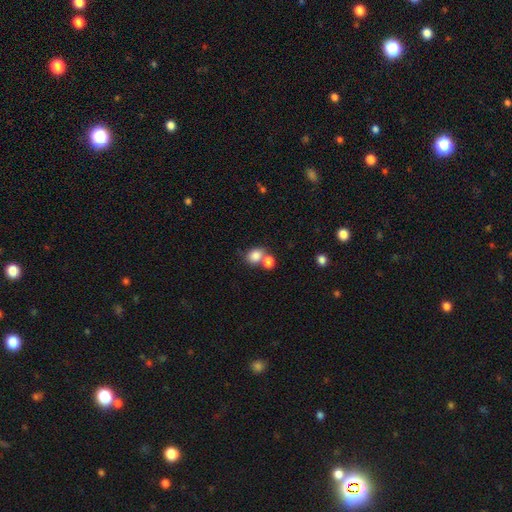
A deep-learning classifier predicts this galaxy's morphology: type=smooth (83%); roundness=round (56%); merging=merger (47%).